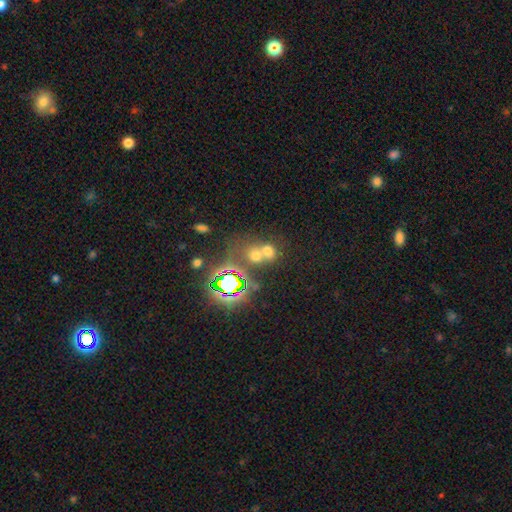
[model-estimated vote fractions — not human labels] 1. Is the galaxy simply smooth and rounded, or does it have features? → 53% smooth, 31% star or artifact, 16% featured or disk.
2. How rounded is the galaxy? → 61% round, 38% in between, 2% cigar-shaped.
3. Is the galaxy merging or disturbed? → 58% merger, 31% none, 7% minor disturbance, 5% major disturbance.